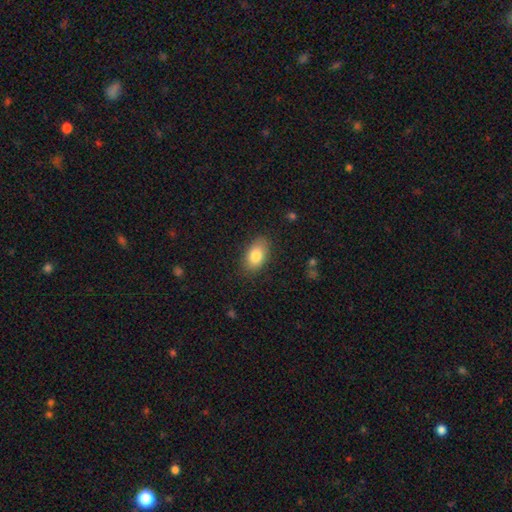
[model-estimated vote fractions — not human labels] Morphology: type=smooth (83%); roundness=in between (91%); merging=none (84%).